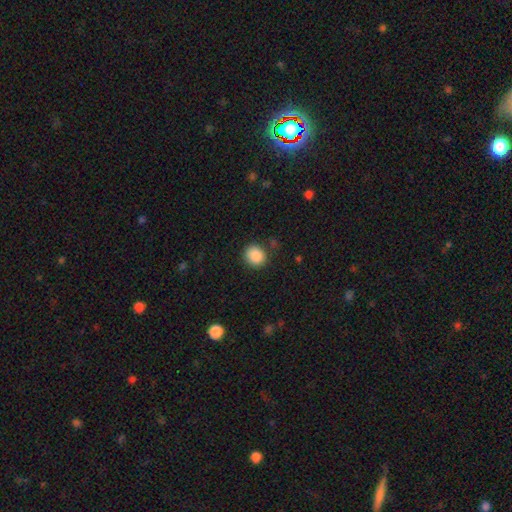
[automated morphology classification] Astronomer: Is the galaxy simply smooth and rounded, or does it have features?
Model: smooth — 87%.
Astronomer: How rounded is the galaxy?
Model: round — 83%.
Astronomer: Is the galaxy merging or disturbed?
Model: none — 84%.